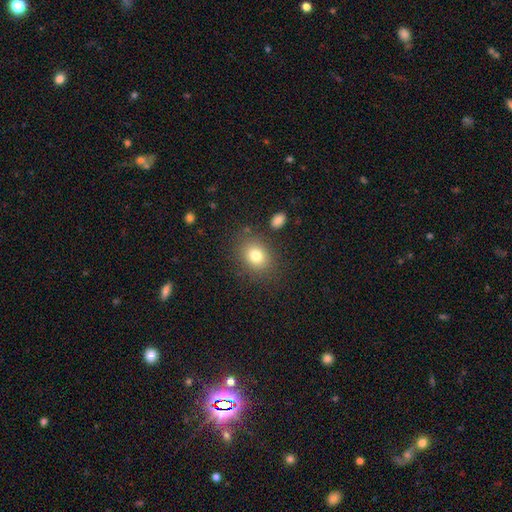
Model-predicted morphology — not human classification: Smooth or featured: smooth — 79% (star or artifact — 11%)
How rounded: in between — 52% (round — 47%)
Merging: none — 82% (minor disturbance — 11%)